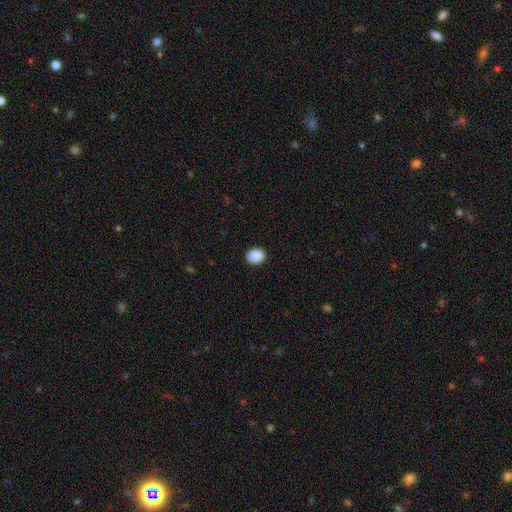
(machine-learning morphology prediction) This appears to be a smooth galaxy with no disk features (90%) that is round (72%). Merging: none (92%).